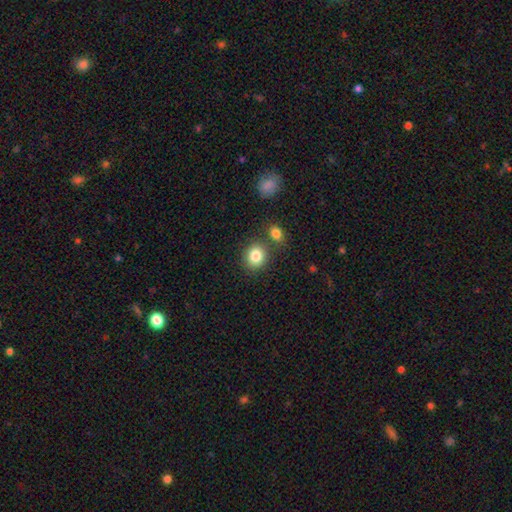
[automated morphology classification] Smooth or featured?
  - smooth: 84% *
  - star or artifact: 10%
  - featured or disk: 6%
How rounded?
  - round: 73% *
  - in between: 26%
  - cigar-shaped: 1%
Merging?
  - none: 73% *
  - merger: 14%
  - minor disturbance: 10%
  - major disturbance: 3%